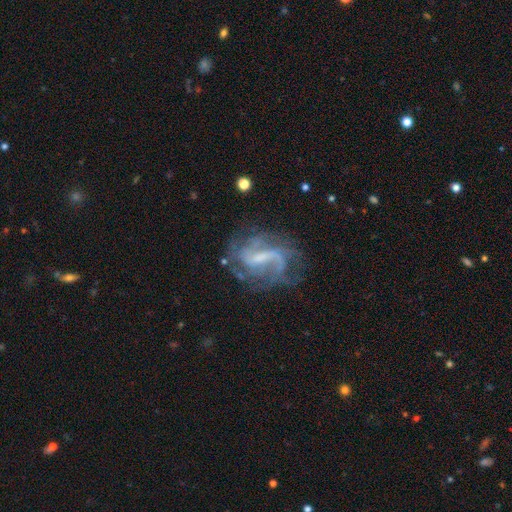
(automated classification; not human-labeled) smooth_or_featured: featured or disk (p=0.79) [alt: star or artifact p=0.12]
disk_edge_on: no (p=0.95) [alt: yes p=0.05]
bar: weak (p=0.44) [alt: strong p=0.40]
has_spiral_arms: yes (p=0.92) [alt: no p=0.08]
spiral_winding: medium (p=0.41) [alt: loose p=0.37]
spiral_arm_count: 2 (p=0.47) [alt: can't tell p=0.22]
bulge_size: small (p=0.48) [alt: moderate p=0.24]
merging: none (p=0.69) [alt: minor disturbance p=0.16]